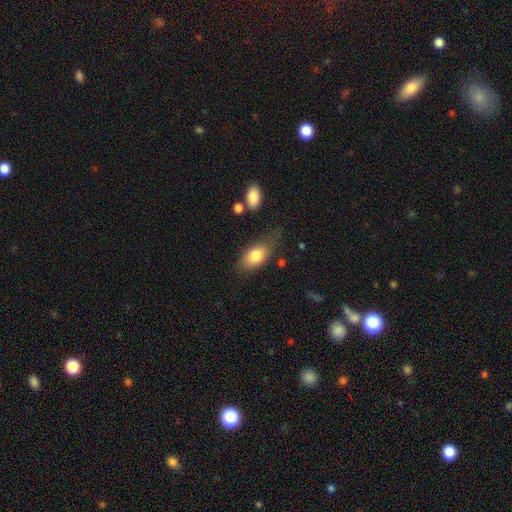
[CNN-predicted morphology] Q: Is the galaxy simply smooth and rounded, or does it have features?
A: smooth — 79%.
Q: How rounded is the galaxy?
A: in between — 88%.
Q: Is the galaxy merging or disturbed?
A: none — 62%.